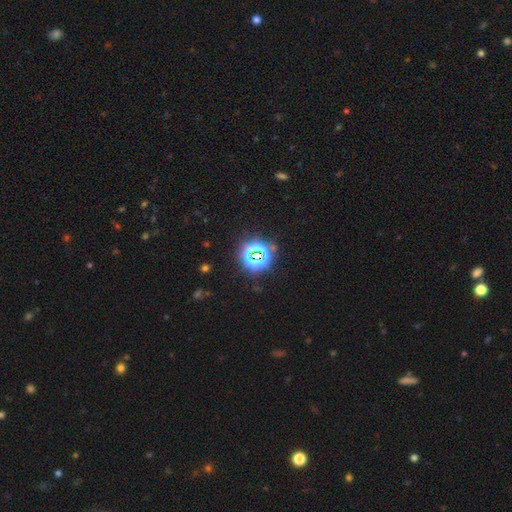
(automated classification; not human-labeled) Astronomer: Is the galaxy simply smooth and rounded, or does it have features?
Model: star or artifact — 75%.